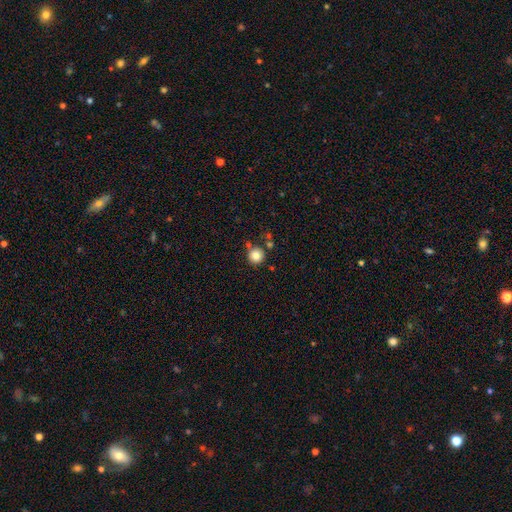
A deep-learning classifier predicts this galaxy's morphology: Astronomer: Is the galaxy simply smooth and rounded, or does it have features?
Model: smooth — 81%.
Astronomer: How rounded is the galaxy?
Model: round — 94%.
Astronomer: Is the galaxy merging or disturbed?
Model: none — 76%.